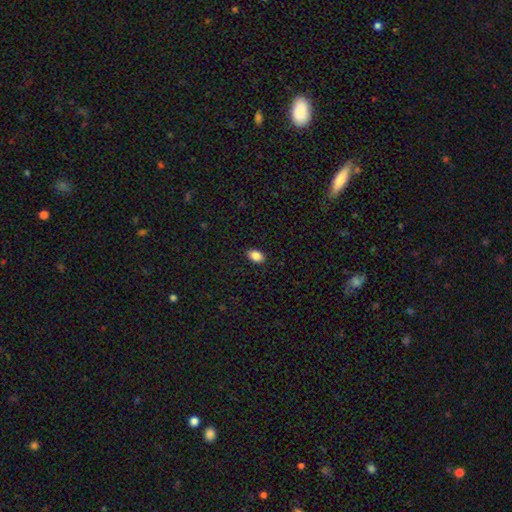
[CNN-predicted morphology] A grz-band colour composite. It shows a smooth galaxy with no disk features (87%) that is in between round and cigar-shaped (88%). Merging: none (89%).